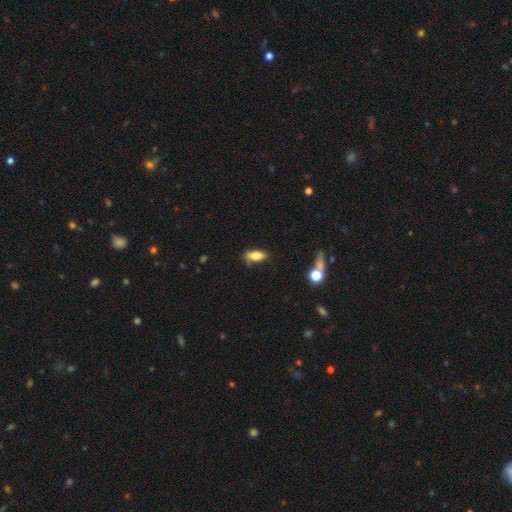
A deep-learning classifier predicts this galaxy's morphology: smooth_or_featured: smooth (p=0.76) [alt: featured or disk p=0.16]
how_rounded: in between (p=0.77) [alt: cigar-shaped p=0.19]
merging: none (p=0.61) [alt: minor disturbance p=0.27]